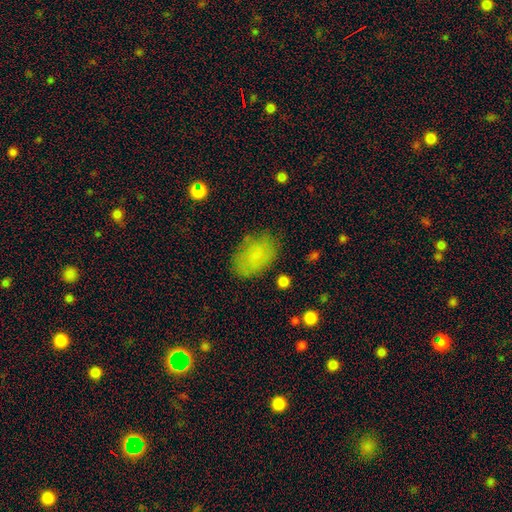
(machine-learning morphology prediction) smooth-or-featured: smooth: 78% | featured or disk: 13% | star or artifact: 9%
  how-rounded: in between: 88% | round: 10% | cigar-shaped: 1%
  merging: none: 75% | minor disturbance: 17% | major disturbance: 6% | merger: 2%